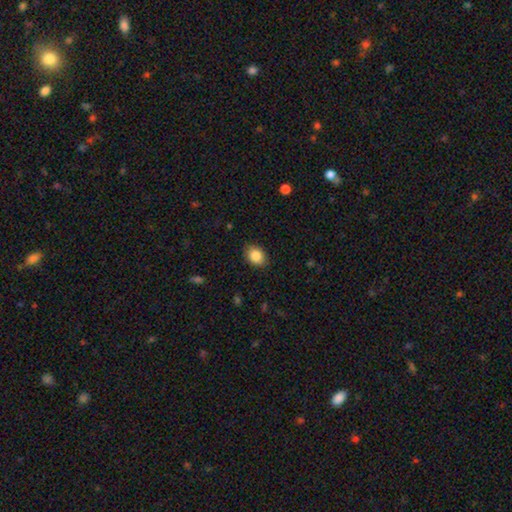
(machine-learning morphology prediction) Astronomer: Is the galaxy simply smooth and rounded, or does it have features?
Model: smooth — 87%.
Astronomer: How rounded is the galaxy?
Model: in between — 67%.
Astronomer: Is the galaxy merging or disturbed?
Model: none — 87%.